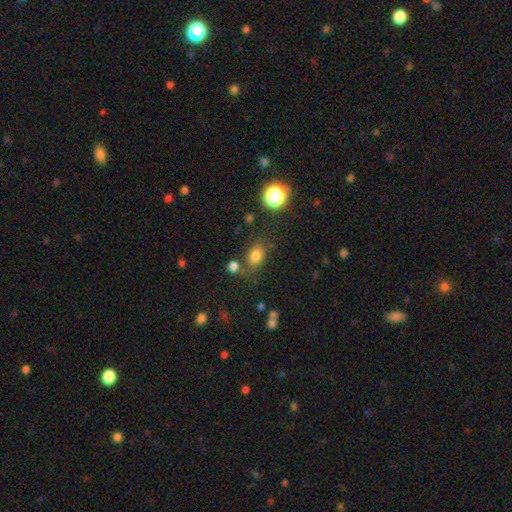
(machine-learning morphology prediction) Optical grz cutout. It shows a smooth galaxy with no disk features (78%) that is in between round and cigar-shaped (58%). Merging: none (69%).